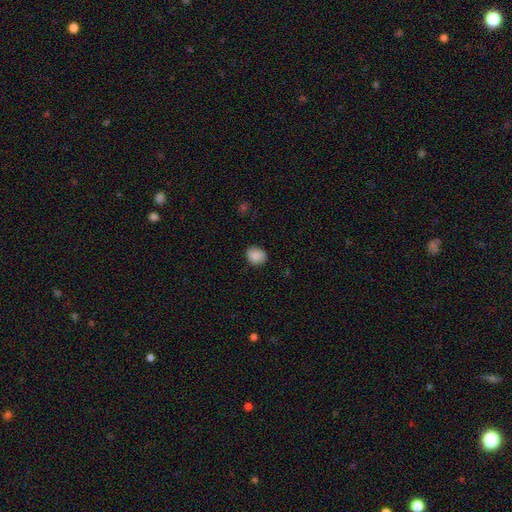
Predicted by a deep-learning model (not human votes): smooth-or-featured: smooth: 86% | star or artifact: 8% | featured or disk: 5%
  how-rounded: round: 62% | in between: 37% | cigar-shaped: 1%
  merging: none: 79% | minor disturbance: 17% | major disturbance: 3% | merger: 1%